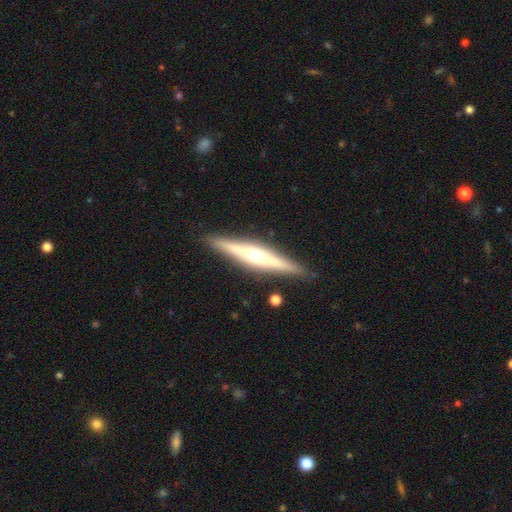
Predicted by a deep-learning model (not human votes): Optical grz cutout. It shows a featured or disk galaxy (71%) viewed edge-on (96%) with a rounded central bulge (82%). Merging: none (88%).